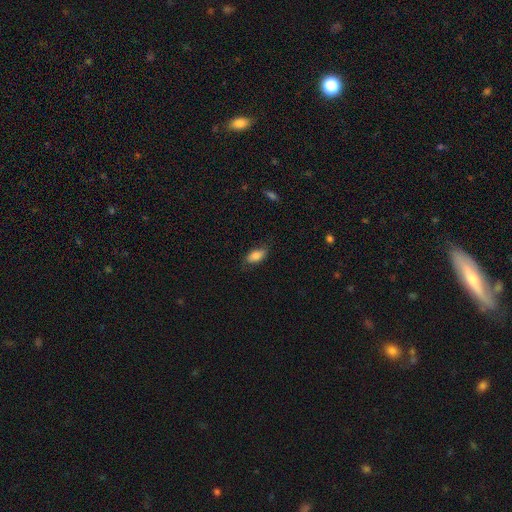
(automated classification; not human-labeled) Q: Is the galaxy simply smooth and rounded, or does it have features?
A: smooth — 81%.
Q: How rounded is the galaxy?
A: in between — 90%.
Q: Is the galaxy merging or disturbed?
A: none — 74%.